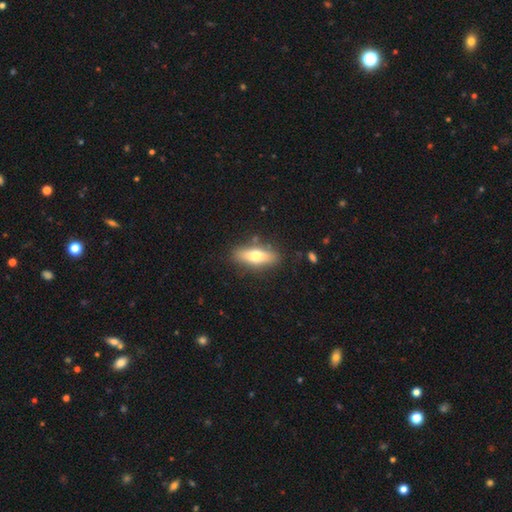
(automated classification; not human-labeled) A smooth galaxy with no disk features (68%) that is in between round and cigar-shaped (58%).

Vote fractions:
- Smooth or featured? smooth: 68% / featured or disk: 26% / star or artifact: 6%
- How rounded? in between: 58% / cigar-shaped: 39% / round: 3%
- Merging? none: 83% / minor disturbance: 12% / major disturbance: 3% / merger: 3%